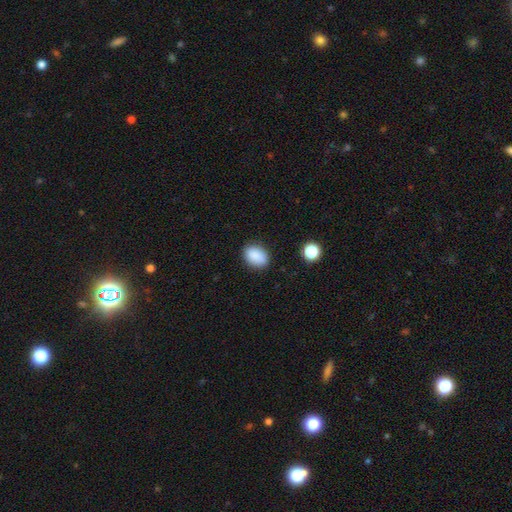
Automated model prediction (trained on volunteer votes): Q: Smooth or featured?
A: smooth (88%); runner-up: star or artifact (9%)
Q: How rounded?
A: in between (76%); runner-up: round (22%)
Q: Merging?
A: none (87%); runner-up: minor disturbance (10%)